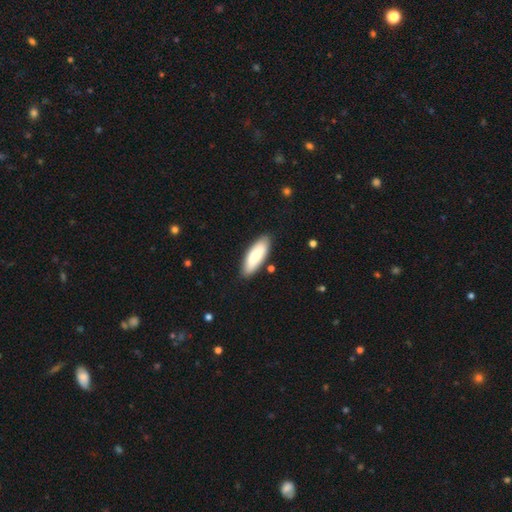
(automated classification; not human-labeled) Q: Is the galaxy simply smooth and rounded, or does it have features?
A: smooth — 72%.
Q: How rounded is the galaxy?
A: in between — 66%.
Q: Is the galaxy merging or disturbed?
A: none — 86%.